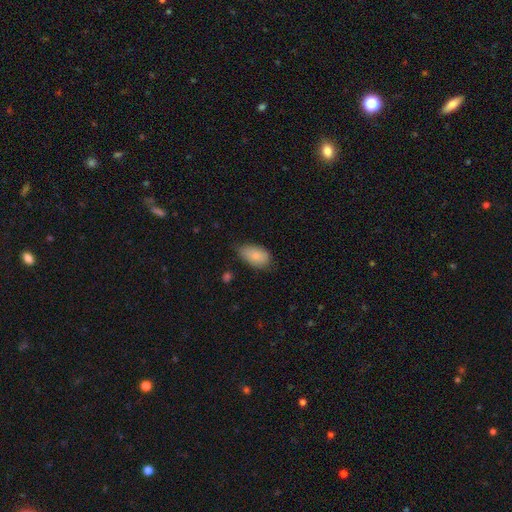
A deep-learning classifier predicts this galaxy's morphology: This is clearly a smooth galaxy (82%). How rounded: clearly in between (92%). Merging: possibly none (57%).